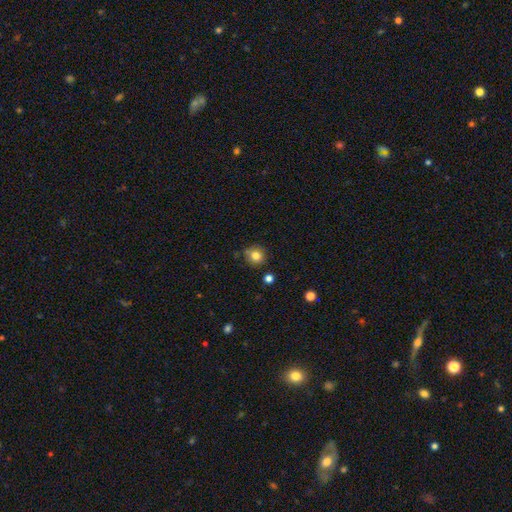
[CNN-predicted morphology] smooth-or-featured: smooth: 81% | star or artifact: 12% | featured or disk: 8%
  how-rounded: round: 91% | in between: 8% | cigar-shaped: 1%
  merging: none: 80% | minor disturbance: 14% | merger: 4% | major disturbance: 3%